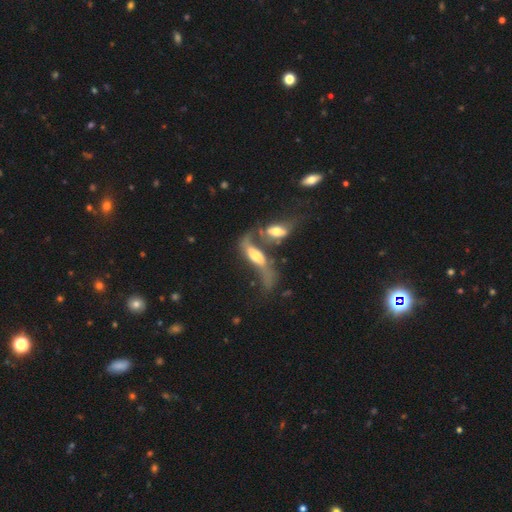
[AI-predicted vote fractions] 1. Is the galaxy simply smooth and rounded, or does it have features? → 62% featured or disk, 30% smooth, 8% star or artifact.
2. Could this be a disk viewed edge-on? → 63% no, 37% yes.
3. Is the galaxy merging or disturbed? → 61% merger, 15% major disturbance, 15% none, 9% minor disturbance.